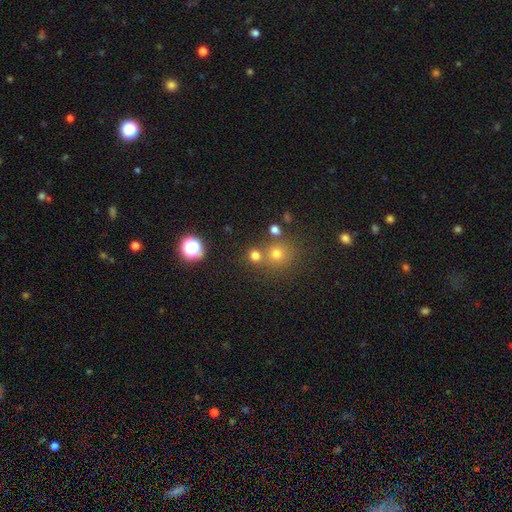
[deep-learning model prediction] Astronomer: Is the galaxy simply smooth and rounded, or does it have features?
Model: smooth — 67%.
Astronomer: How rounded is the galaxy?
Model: round — 87%.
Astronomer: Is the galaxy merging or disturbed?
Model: none — 62%.